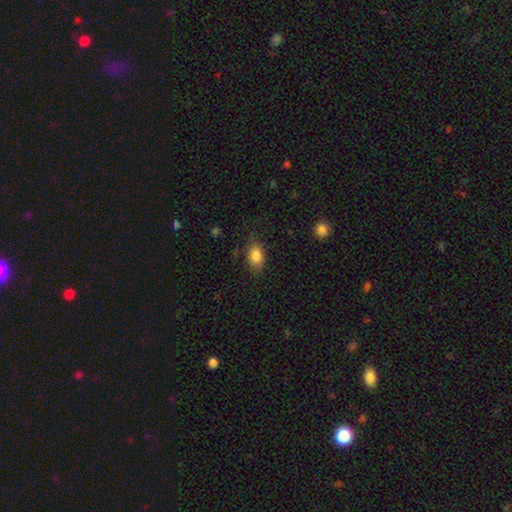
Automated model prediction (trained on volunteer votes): Smooth or featured? smooth (85%)
How rounded? in between (83%)
Merging? none (74%)